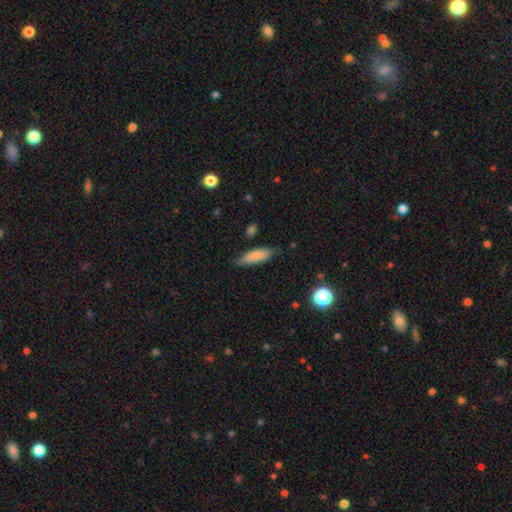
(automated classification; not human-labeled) smooth 78%, featured or disk 15%, star or artifact 7%. Down the decision tree: how rounded — in between (52%); merging — none (73%).